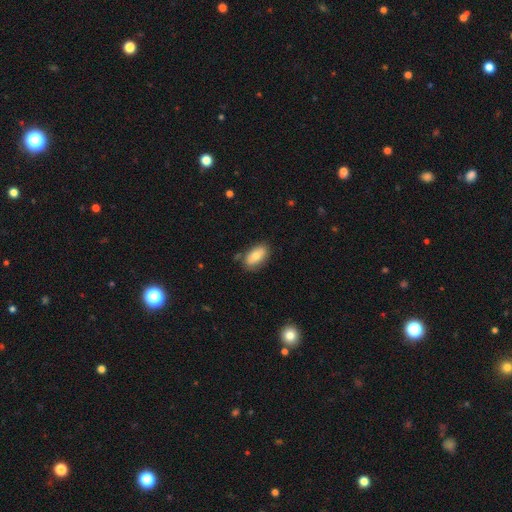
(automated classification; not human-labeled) smooth 76%, featured or disk 17%, star or artifact 7%. Down the decision tree: how rounded — in between (93%); merging — none (77%).